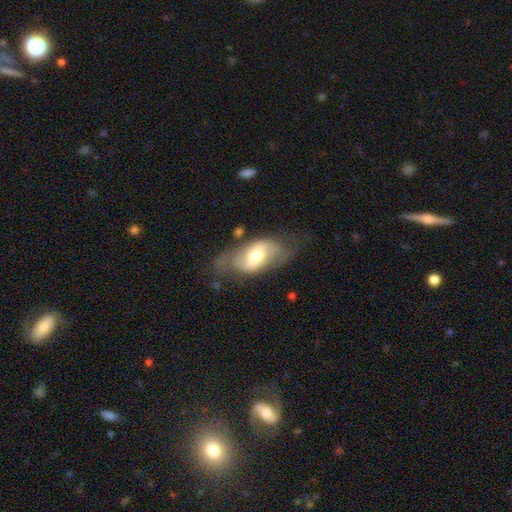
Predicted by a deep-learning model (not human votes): featured or disk 55%, smooth 39%, star or artifact 6%. Down the decision tree: edge-on disk — no (88%); merging — none (55%).